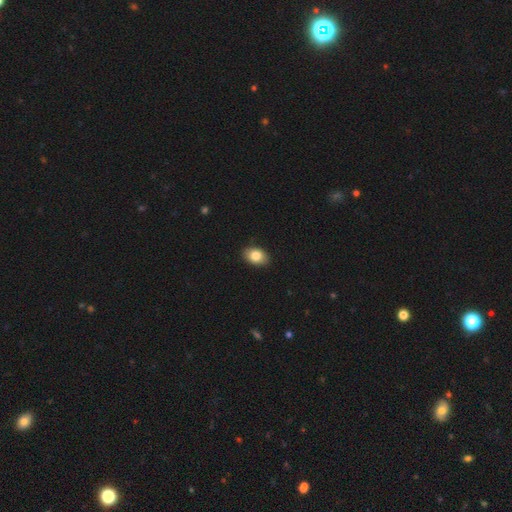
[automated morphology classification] type=smooth (83%); roundness=in between (85%); merging=none (88%).